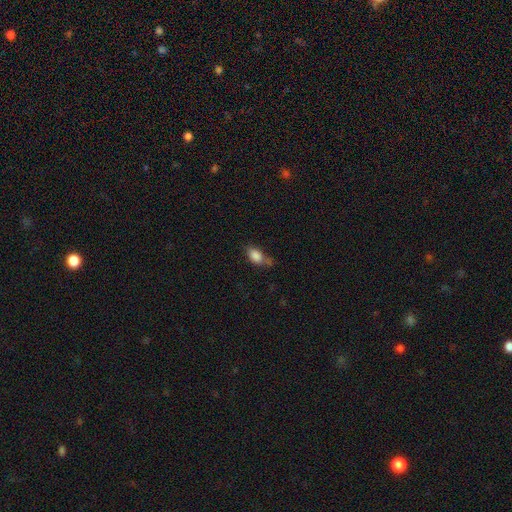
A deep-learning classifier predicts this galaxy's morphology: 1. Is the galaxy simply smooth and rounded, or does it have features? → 84% smooth, 9% star or artifact, 7% featured or disk.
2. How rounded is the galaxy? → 85% in between, 11% round, 3% cigar-shaped.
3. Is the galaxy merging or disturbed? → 45% none, 29% minor disturbance, 14% merger, 12% major disturbance.